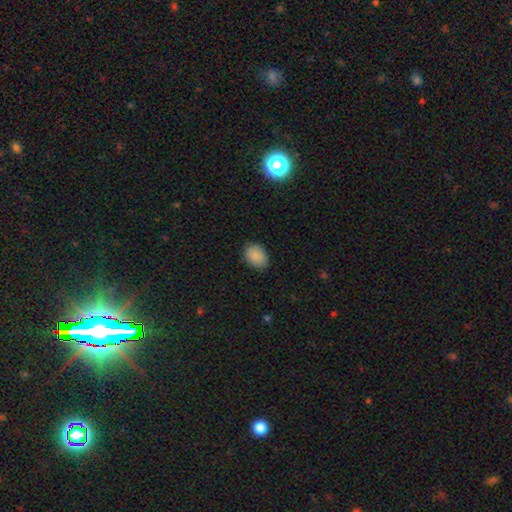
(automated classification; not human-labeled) Q: Smooth or featured?
A: smooth (89%); runner-up: star or artifact (8%)
Q: How rounded?
A: in between (80%); runner-up: round (19%)
Q: Merging?
A: none (87%); runner-up: minor disturbance (10%)